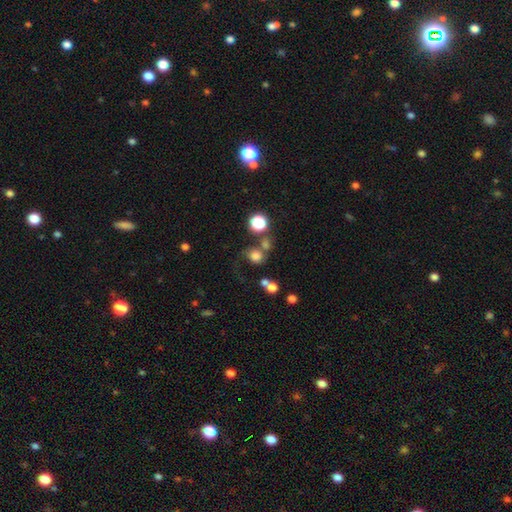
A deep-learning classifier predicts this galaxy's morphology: Smooth or featured? Predicted: smooth (p=0.73). How rounded? Predicted: round (p=0.82). Merging? Predicted: none (p=0.51).